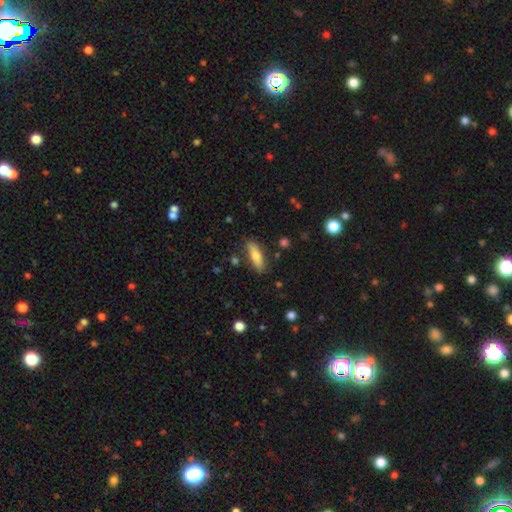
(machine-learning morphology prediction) A smooth galaxy with no disk features (71%) that is cigar-shaped (58%). Merging: none (83%).